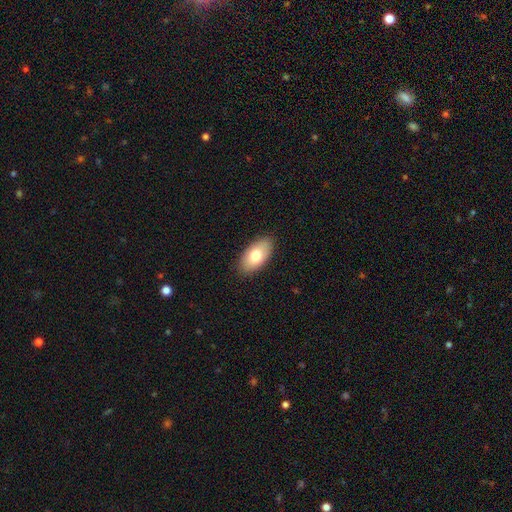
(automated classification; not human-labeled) Overall: smooth (76%). How rounded: in between (94%). Merging: none (88%).